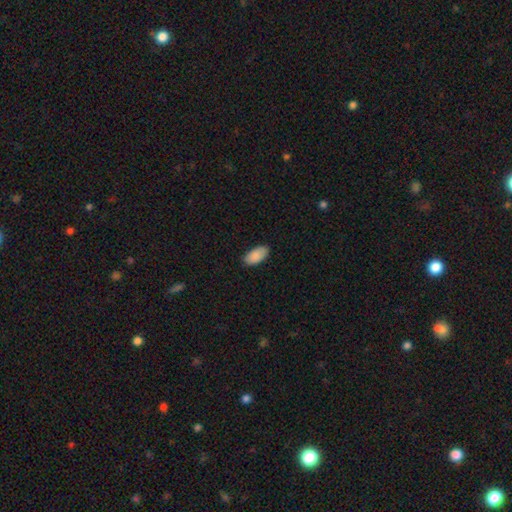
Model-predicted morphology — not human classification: Smooth or featured: smooth — 89% (star or artifact — 6%)
How rounded: in between — 95% (cigar-shaped — 3%)
Merging: none — 85% (minor disturbance — 12%)